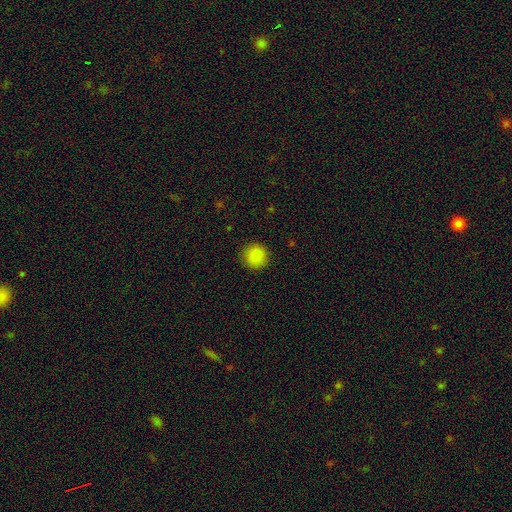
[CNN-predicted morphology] Overall: smooth (88%). How rounded: round (93%). Merging: none (90%).